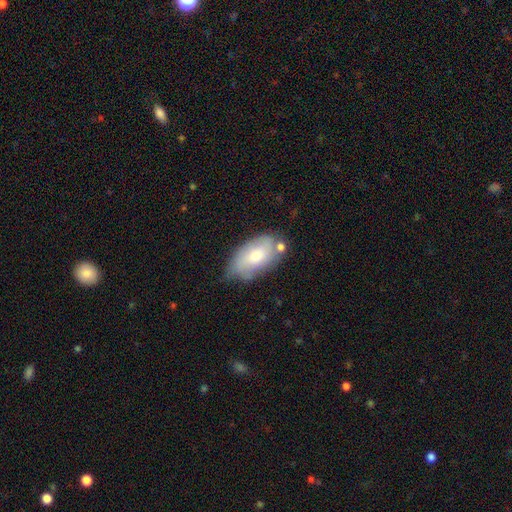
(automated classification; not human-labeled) smooth-or-featured: smooth: 59% | featured or disk: 34% | star or artifact: 7%
  how-rounded: in between: 93% | round: 4% | cigar-shaped: 4%
  merging: none: 59% | minor disturbance: 27% | merger: 8% | major disturbance: 6%